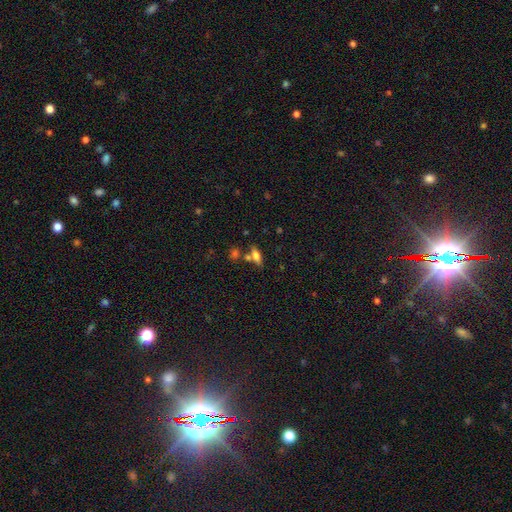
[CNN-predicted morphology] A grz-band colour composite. It shows a smooth galaxy with no disk features (65%) that is in between round and cigar-shaped (63%). Merging: none (62%).